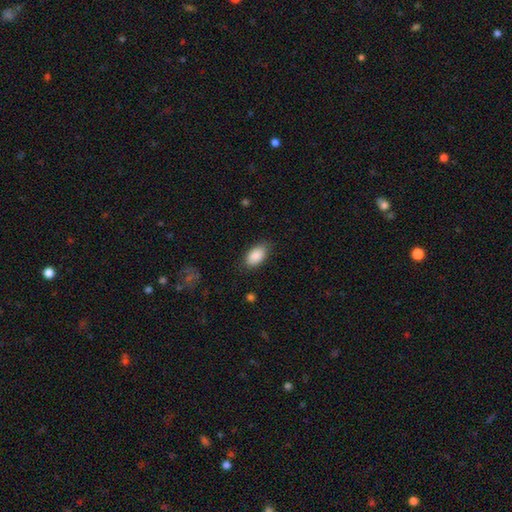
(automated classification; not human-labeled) This appears to be a smooth galaxy with no disk features (89%) that is in between round and cigar-shaped (93%). Merging: none (79%).